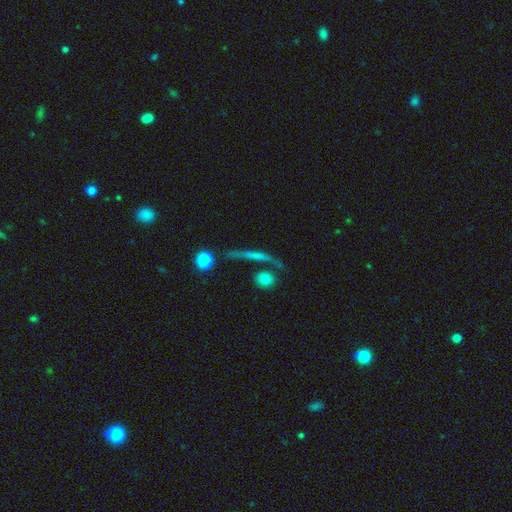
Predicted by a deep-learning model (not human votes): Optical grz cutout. It shows a smooth galaxy with no disk features (44%, tied with featured or disk). Merging: none (70%).